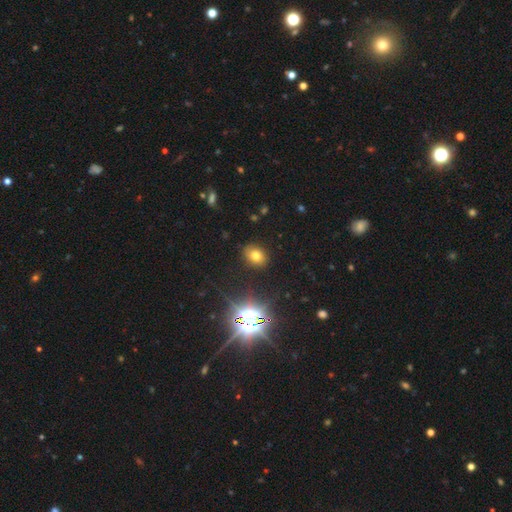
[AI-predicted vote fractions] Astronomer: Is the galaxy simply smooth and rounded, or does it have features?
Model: smooth — 69%.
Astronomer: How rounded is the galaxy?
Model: in between — 60% (runner-up: round, 39%).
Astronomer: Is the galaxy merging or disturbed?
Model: none — 87%.